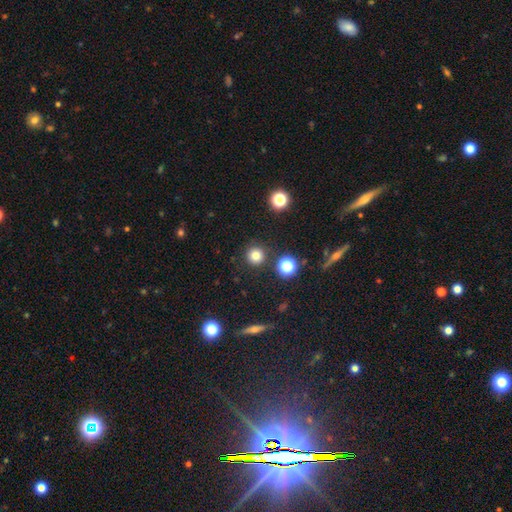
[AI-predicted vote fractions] This is likely a smooth galaxy (78%). How rounded: clearly round (94%). Merging: clearly none (87%).